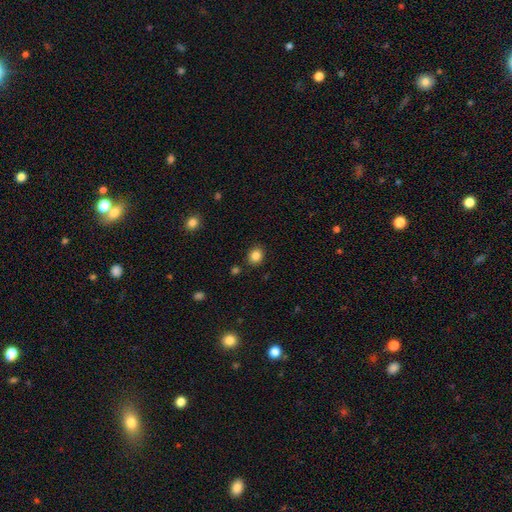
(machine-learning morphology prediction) smooth 84%, star or artifact 11%, featured or disk 5%. Down the decision tree: how rounded — round (67%); merging — none (86%).